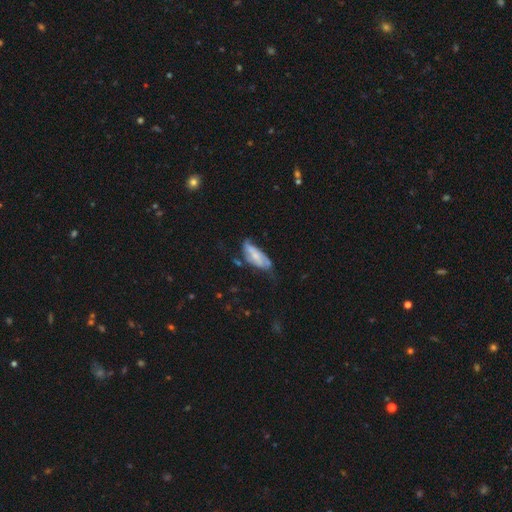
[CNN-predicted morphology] smooth-or-featured: featured or disk: 50% | smooth: 43% | star or artifact: 7%
  merging: none: 37% | minor disturbance: 34% | major disturbance: 21% | merger: 7%